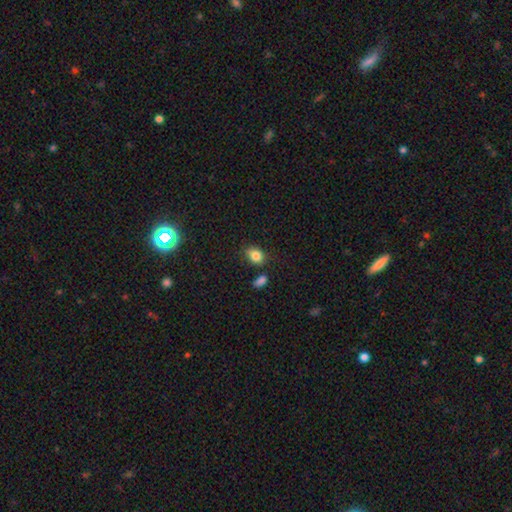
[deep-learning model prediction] This is clearly a smooth galaxy (83%). How rounded: likely in between (68%). Merging: likely none (70%).